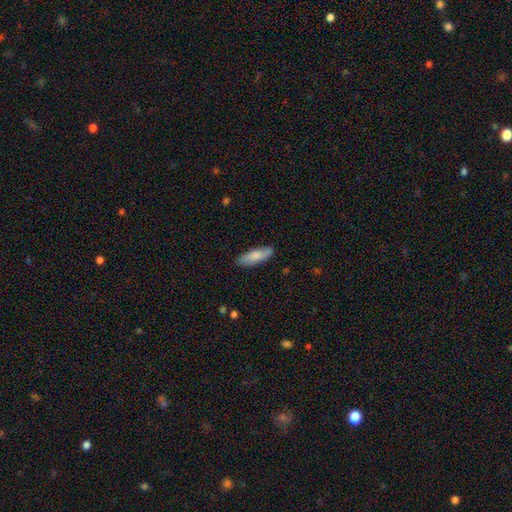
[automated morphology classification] The model was most divided on "how rounded": in between: 54%, cigar-shaped: 44%, round: 2%. More confident: merging — none (83%); smooth or featured — smooth (79%).